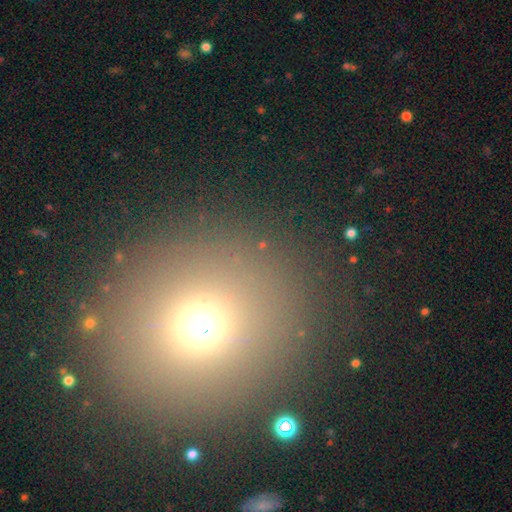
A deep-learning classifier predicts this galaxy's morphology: type=smooth (63%); roundness=round (88%); merging=none (88%).